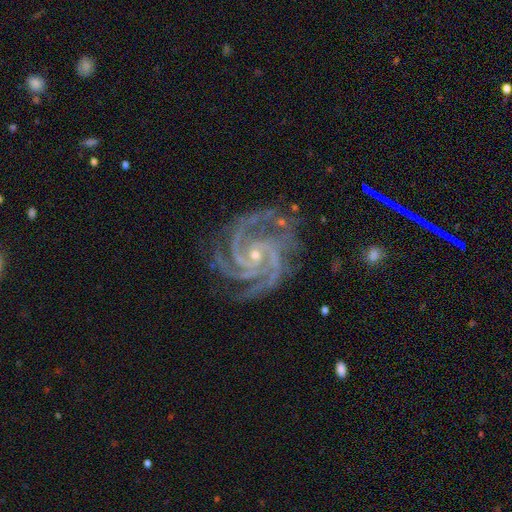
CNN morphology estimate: featured or disk 93%, star or artifact 5%, smooth 2%. Down the decision tree: edge-on disk — no (98%); bar — no (60%); spiral arms — yes (99%); spiral arm count — 3 (40%); spiral winding — tight (64%); bulge size — small (77%); merging — none (75%).